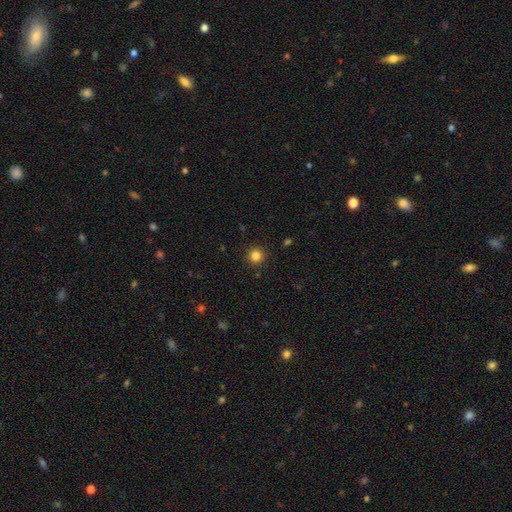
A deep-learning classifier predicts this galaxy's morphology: Smooth or featured?
  - smooth: 83% *
  - star or artifact: 13%
  - featured or disk: 4%
How rounded?
  - round: 95% *
  - in between: 4%
  - cigar-shaped: 1%
Merging?
  - none: 92% *
  - minor disturbance: 5%
  - major disturbance: 2%
  - merger: 1%